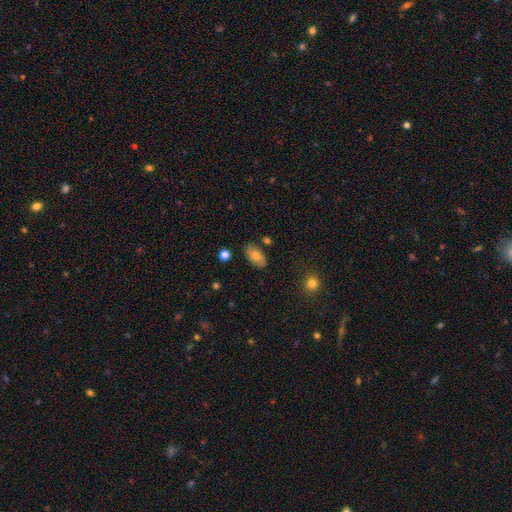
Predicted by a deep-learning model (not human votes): The model was most divided on "smooth or featured": smooth: 77%, featured or disk: 15%, star or artifact: 8%. More confident: how rounded — in between (93%); merging — none (83%).